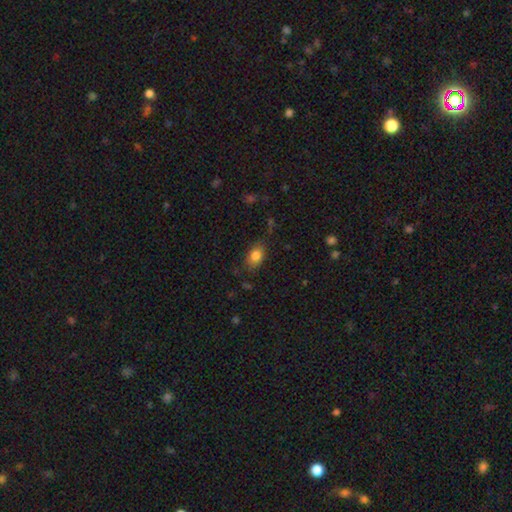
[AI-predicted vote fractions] Q: Smooth or featured?
A: smooth (82%); runner-up: star or artifact (9%)
Q: How rounded?
A: in between (81%); runner-up: round (17%)
Q: Merging?
A: none (74%); runner-up: minor disturbance (19%)